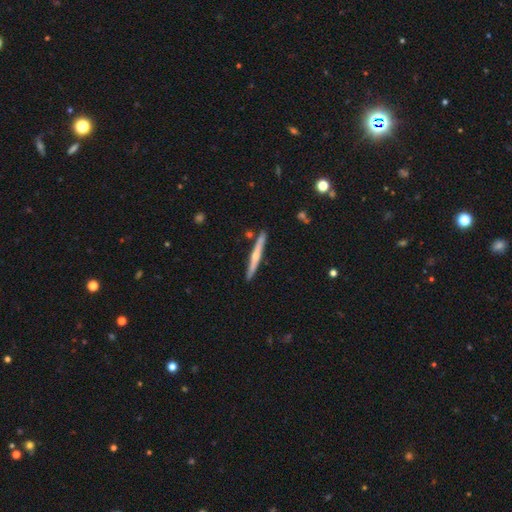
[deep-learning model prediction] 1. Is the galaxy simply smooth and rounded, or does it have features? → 61% featured or disk, 34% smooth, 6% star or artifact.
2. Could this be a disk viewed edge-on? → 97% yes, 3% no.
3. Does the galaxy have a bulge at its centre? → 75% rounded, 21% none, 4% boxy.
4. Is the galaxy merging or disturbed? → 87% none, 8% minor disturbance, 3% merger, 2% major disturbance.